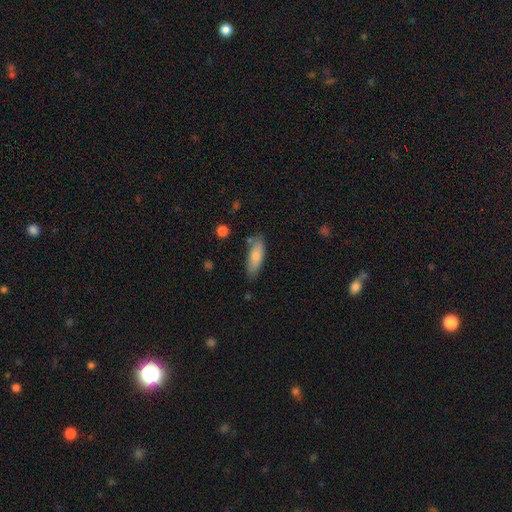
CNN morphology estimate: A smooth galaxy with no disk features (82%) that is in between round and cigar-shaped (64%).

Vote fractions:
- Smooth or featured? smooth: 82% / featured or disk: 12% / star or artifact: 6%
- How rounded? in between: 64% / cigar-shaped: 34% / round: 2%
- Merging? none: 78% / minor disturbance: 16% / merger: 3% / major disturbance: 3%